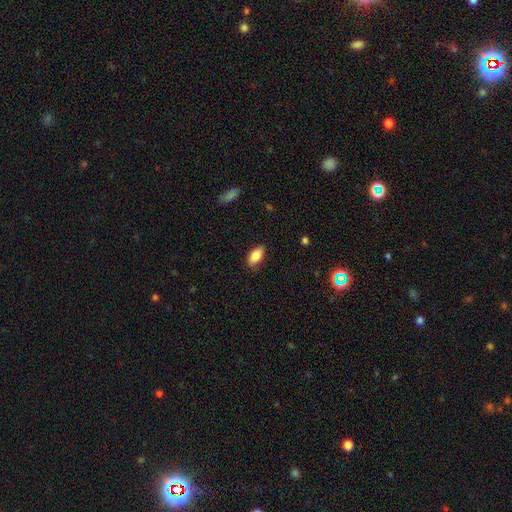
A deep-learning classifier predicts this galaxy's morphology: This appears to be a smooth galaxy with no disk features (87%) that is in between round and cigar-shaped (92%). Merging: none (82%).